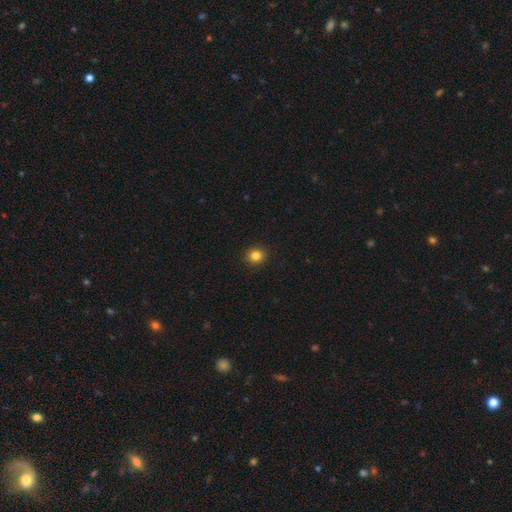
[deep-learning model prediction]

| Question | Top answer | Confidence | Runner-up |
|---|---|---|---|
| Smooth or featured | smooth | 84% | star or artifact (12%) |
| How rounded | round | 90% | in between (9%) |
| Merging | none | 92% | minor disturbance (5%) |